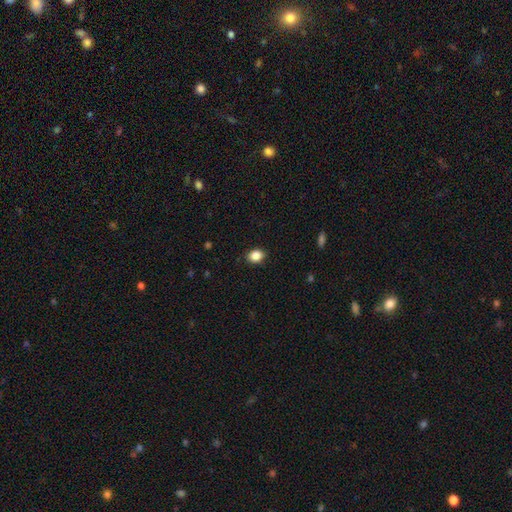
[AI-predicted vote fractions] A smooth galaxy with no disk features (87%) that is in between round and cigar-shaped (52%).

Vote fractions:
- Smooth or featured? smooth: 87% / star or artifact: 9% / featured or disk: 4%
- How rounded? in between: 52% / round: 47% / cigar-shaped: 1%
- Merging? none: 87% / minor disturbance: 9% / major disturbance: 2% / merger: 1%